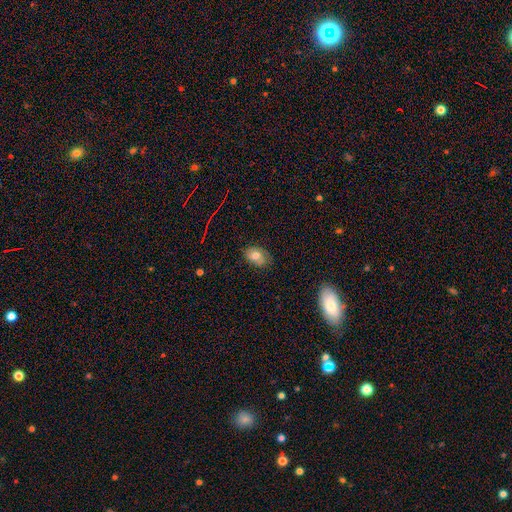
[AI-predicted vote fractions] A smooth galaxy with no disk features (58%) that is in between round and cigar-shaped (78%). Merging: none (67%).